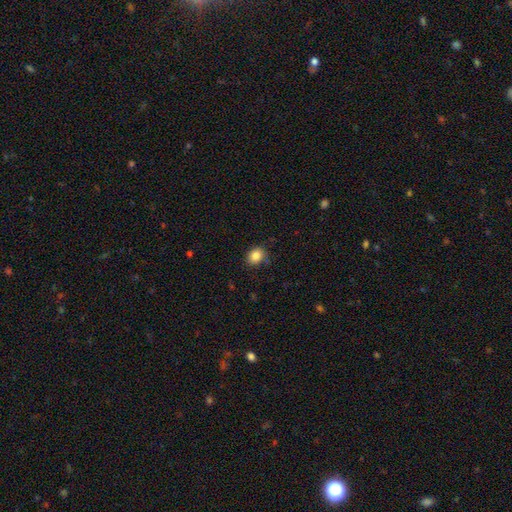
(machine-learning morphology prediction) type=smooth (85%); roundness=round (58%); merging=none (81%).